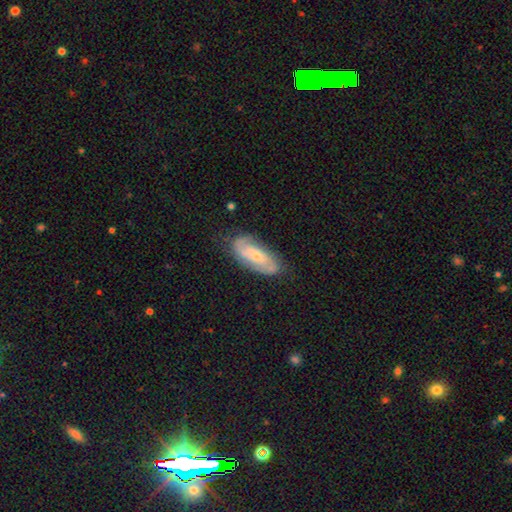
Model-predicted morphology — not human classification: smooth_or_featured: featured or disk (p=0.65) [alt: smooth p=0.29]
disk_edge_on: no (p=0.91) [alt: yes p=0.09]
bar: no (p=0.50) [alt: weak p=0.36]
has_spiral_arms: yes (p=0.87) [alt: no p=0.13]
spiral_winding: tight (p=0.45) [alt: medium p=0.39]
spiral_arm_count: 2 (p=0.61) [alt: can't tell p=0.25]
bulge_size: small (p=0.63) [alt: moderate p=0.30]
merging: none (p=0.69) [alt: minor disturbance p=0.22]